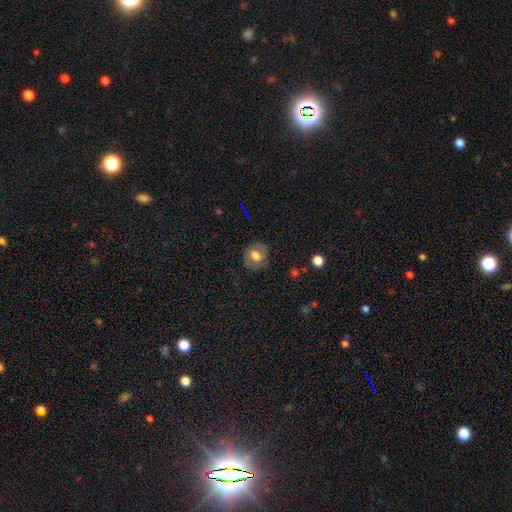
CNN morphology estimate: This is likely a smooth galaxy (61%). How rounded: likely round (74%). Merging: likely none (79%).